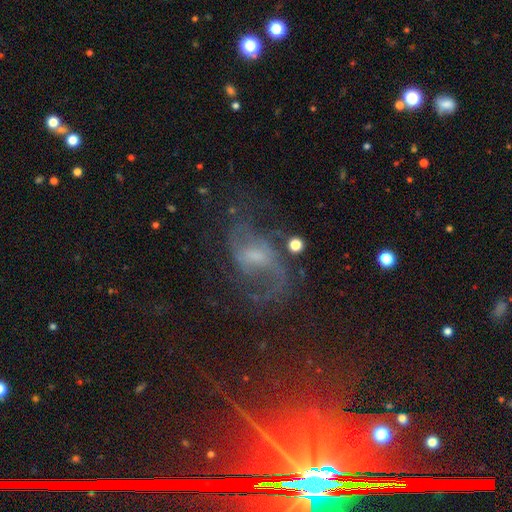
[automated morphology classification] A featured or disk galaxy (76%) with a weak bar (56%), 2 (75%) loose (50%) spiral arms (89%) and a small central bulge (42%).

Vote fractions:
- Smooth or featured? featured or disk: 76% / star or artifact: 13% / smooth: 12%
- Edge-on disk? no: 97% / yes: 3%
- Bar? weak: 56% / no: 29% / strong: 15%
- Spiral arms? yes: 89% / no: 11%
- Spiral winding? loose: 50% / medium: 40% / tight: 11%
- Spiral arm count? 2: 75% / can't tell: 11% / 1: 7% / 3: 4% / 4: 2% / more than 4: 2%
- Bulge size? small: 42% / moderate: 37% / none: 15% / large: 5% / dominant: 1%
- Merging? none: 52% / major disturbance: 25% / minor disturbance: 19% / merger: 4%